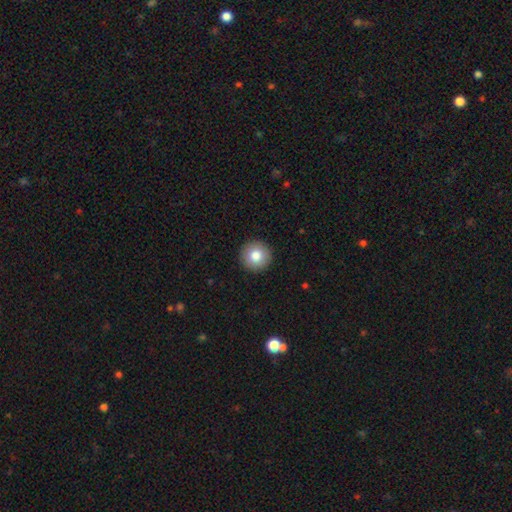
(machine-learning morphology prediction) The model was most divided on "smooth or featured": smooth: 82%, featured or disk: 9%, star or artifact: 9%. More confident: how rounded — round (96%); merging — none (93%).